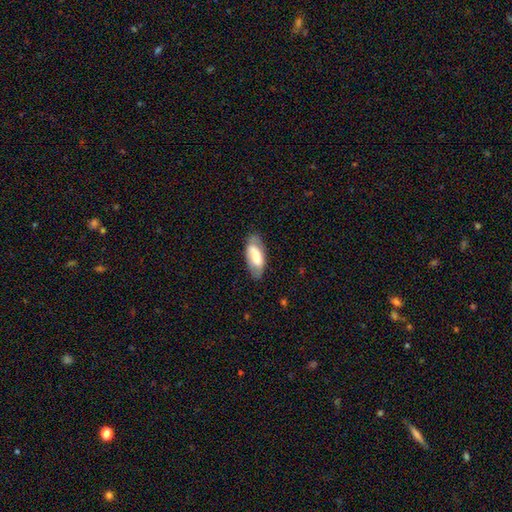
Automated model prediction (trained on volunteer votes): Smooth or featured? smooth (60%)
How rounded? in between (83%)
Merging? none (72%)